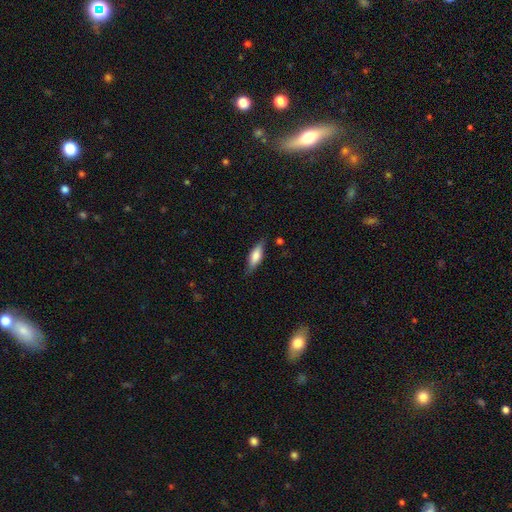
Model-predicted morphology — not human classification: Overall: smooth (69%). How rounded: in between (56%; cigar-shaped 42%). Merging: none (79%).